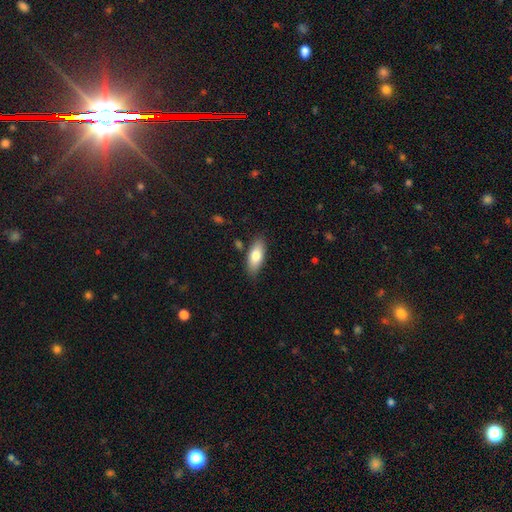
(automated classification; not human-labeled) smooth_or_featured: smooth (p=0.78) [alt: featured or disk p=0.16]
how_rounded: in between (p=0.80) [alt: cigar-shaped p=0.17]
merging: none (p=0.82) [alt: minor disturbance p=0.13]